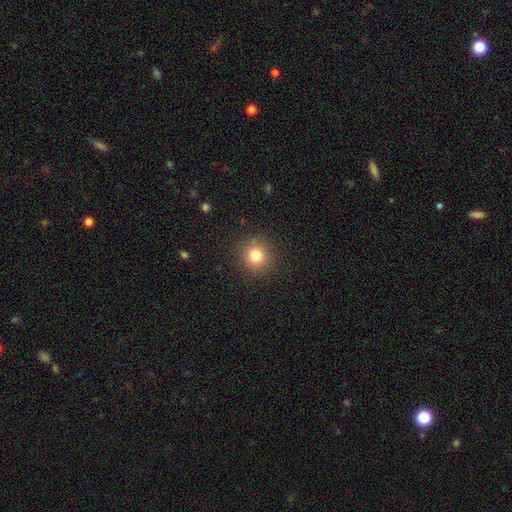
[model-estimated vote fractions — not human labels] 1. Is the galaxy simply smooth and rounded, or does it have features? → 80% smooth, 13% star or artifact, 7% featured or disk.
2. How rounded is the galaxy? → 92% round, 7% in between, 1% cigar-shaped.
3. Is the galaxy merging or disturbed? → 89% none, 7% minor disturbance, 3% major disturbance, 1% merger.